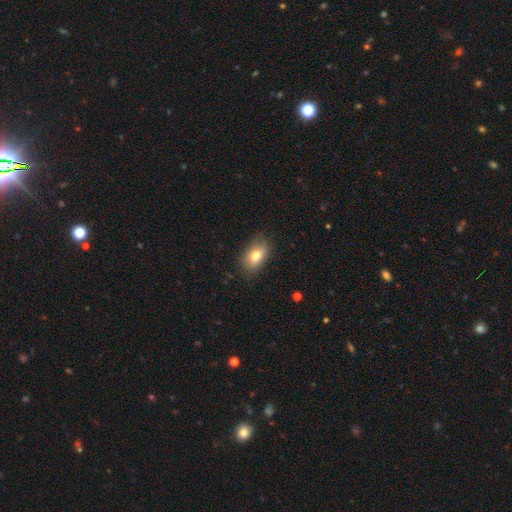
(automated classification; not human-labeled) Smooth or featured? smooth (77%)
How rounded? in between (88%)
Merging? none (80%)